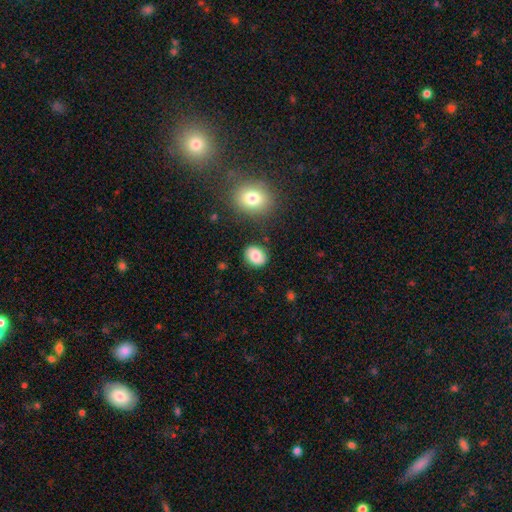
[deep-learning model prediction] Overall: smooth (78%). How rounded: round (55%; in between 44%). Merging: none (82%).